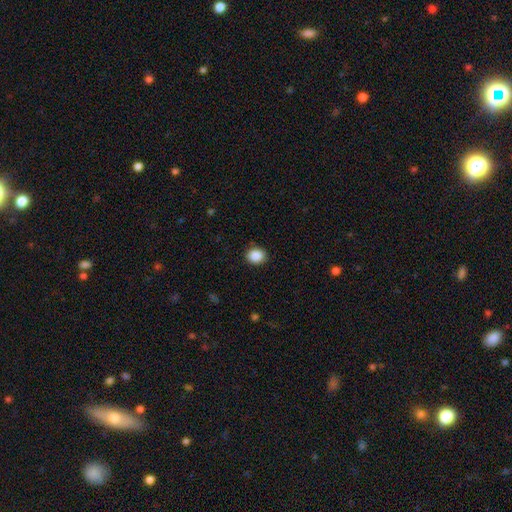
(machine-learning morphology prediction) Overall: smooth (88%). How rounded: round (65%; in between 34%). Merging: none (90%).